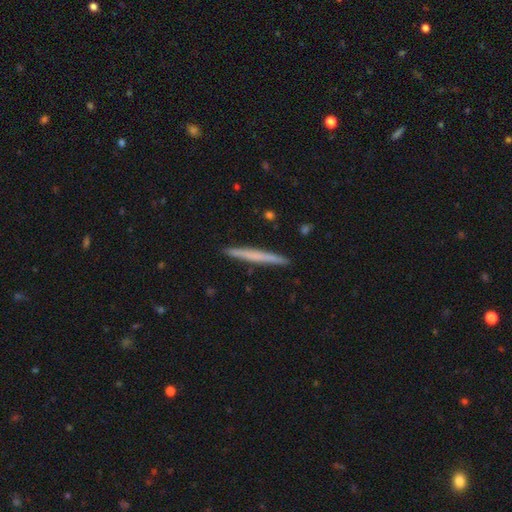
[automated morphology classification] A smooth galaxy with no disk features (53%) that is cigar-shaped (97%).

Vote fractions:
- Smooth or featured? smooth: 53% / featured or disk: 41% / star or artifact: 6%
- How rounded? cigar-shaped: 97% / in between: 2% / round: 1%
- Merging? none: 92% / minor disturbance: 6% / major disturbance: 1% / merger: 1%